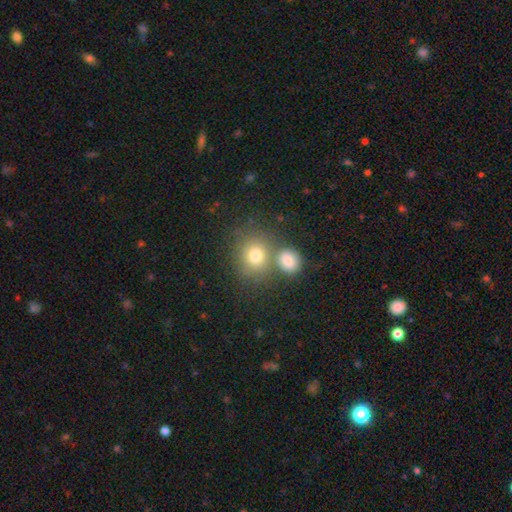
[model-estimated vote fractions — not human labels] Smooth or featured? Predicted: smooth (p=0.76). How rounded? Predicted: round (p=0.77). Merging? Predicted: none (p=0.54).